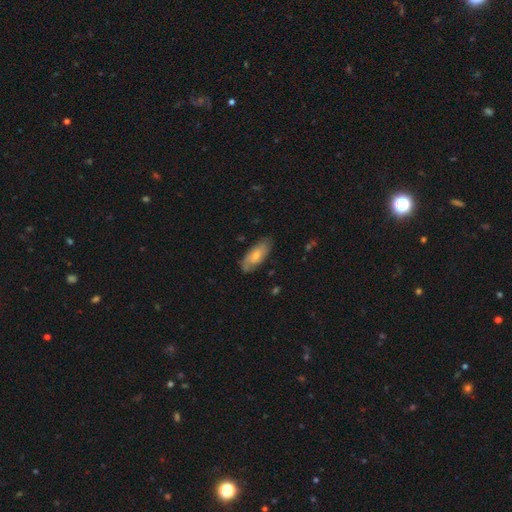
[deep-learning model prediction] Smooth or featured? smooth (49%)
Merging? none (76%)